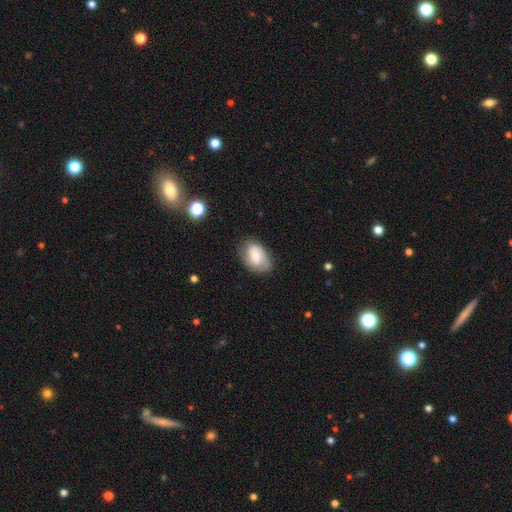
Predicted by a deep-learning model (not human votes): smooth_or_featured: smooth (p=0.55) [alt: featured or disk p=0.37]
how_rounded: in between (p=0.87) [alt: round p=0.12]
merging: none (p=0.71) [alt: minor disturbance p=0.22]